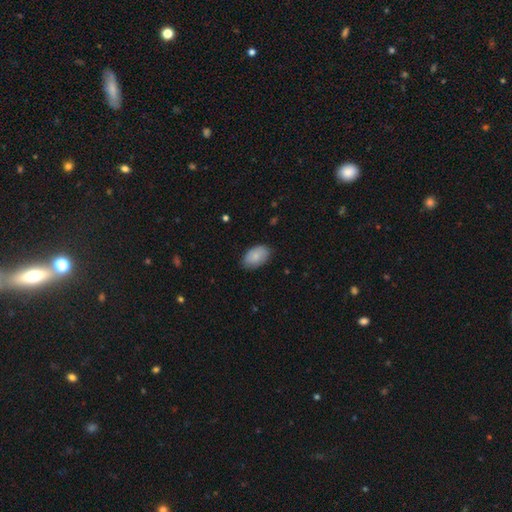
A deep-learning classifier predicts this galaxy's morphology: Smooth or featured: smooth — 83% (featured or disk — 11%)
How rounded: in between — 92% (round — 7%)
Merging: none — 83% (minor disturbance — 14%)